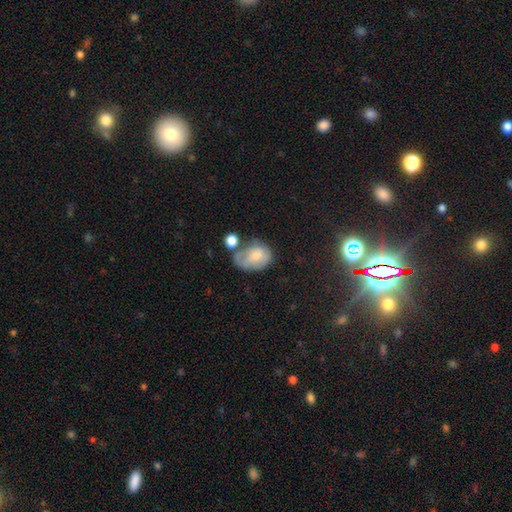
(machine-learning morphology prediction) Q: Smooth or featured?
A: smooth (57%); runner-up: featured or disk (34%)
Q: How rounded?
A: in between (73%); runner-up: round (26%)
Q: Merging?
A: none (35%); runner-up: minor disturbance (30%)